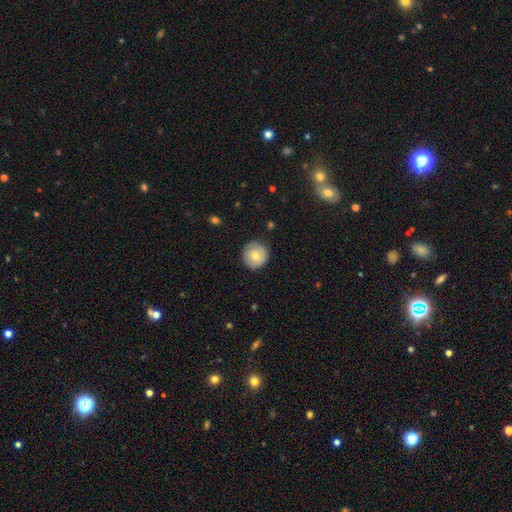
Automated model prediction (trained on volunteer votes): This appears to be a smooth galaxy with no disk features (74%) that is round (94%). Merging: none (87%).